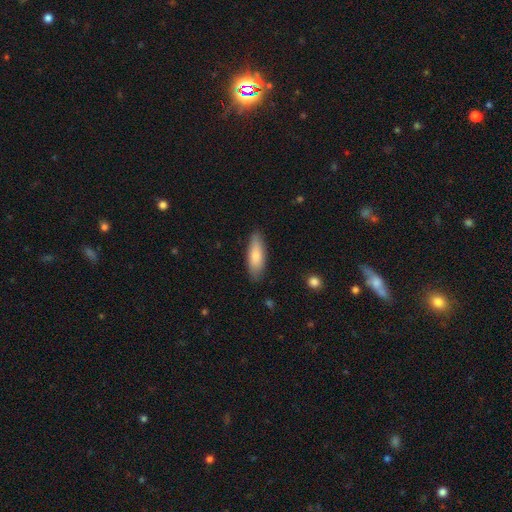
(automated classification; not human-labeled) Smooth or featured: smooth — 79% (featured or disk — 16%)
How rounded: in between — 60% (cigar-shaped — 38%)
Merging: none — 83% (minor disturbance — 13%)